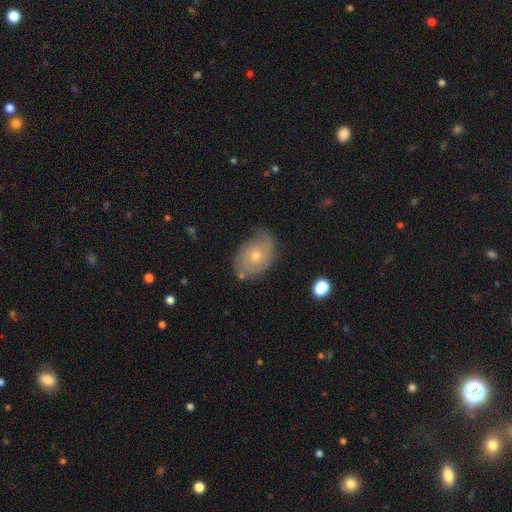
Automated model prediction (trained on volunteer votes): Morphology: type=featured or disk (55%); edge-on=no (95%); bar=no (85%); spiral arms=yes (72%); bulge=small (52%); merging=none (72%).